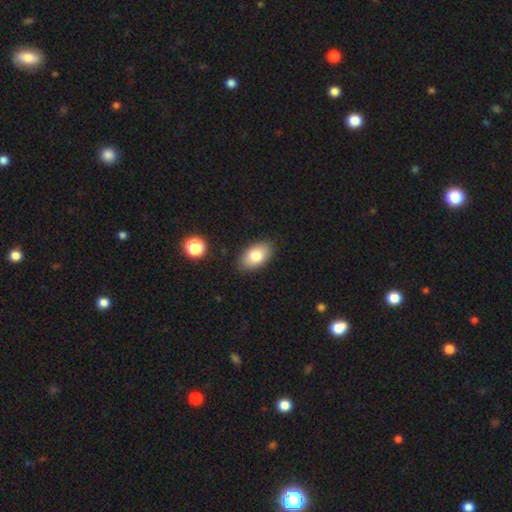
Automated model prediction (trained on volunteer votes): smooth 79%, featured or disk 13%, star or artifact 8%. Down the decision tree: how rounded — in between (92%); merging — none (86%).